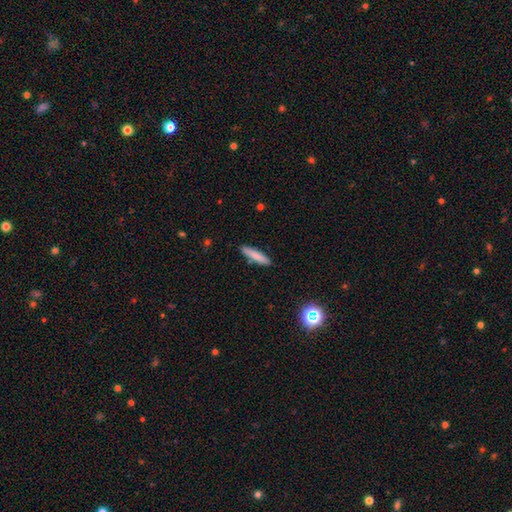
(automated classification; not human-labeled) smooth_or_featured: smooth (p=0.81) [alt: featured or disk p=0.12]
how_rounded: cigar-shaped (p=0.84) [alt: in between p=0.15]
merging: none (p=0.86) [alt: minor disturbance p=0.09]